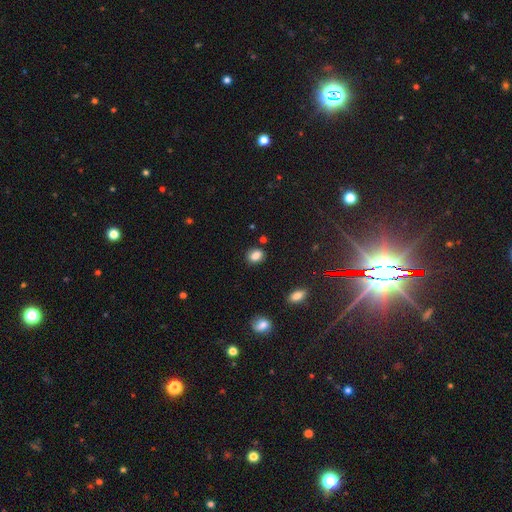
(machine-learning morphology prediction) Smooth or featured?
  - smooth: 85% *
  - star or artifact: 10%
  - featured or disk: 5%
How rounded?
  - in between: 54% *
  - round: 45%
  - cigar-shaped: 1%
Merging?
  - none: 82% *
  - minor disturbance: 12%
  - merger: 3%
  - major disturbance: 3%